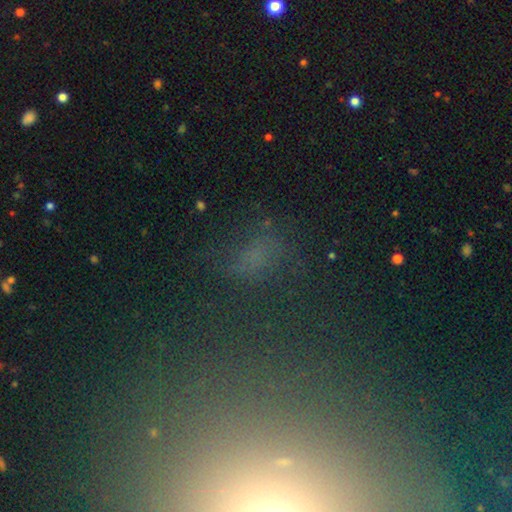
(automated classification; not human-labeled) star or artifact 43%, smooth 40%, featured or disk 17%.